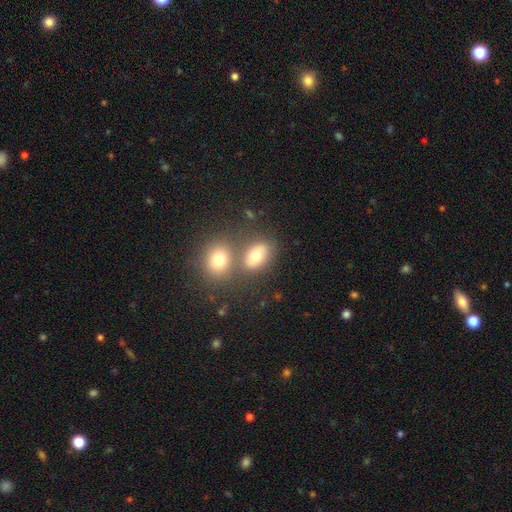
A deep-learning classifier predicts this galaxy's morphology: smooth 73%, featured or disk 15%, star or artifact 11%. Down the decision tree: how rounded — in between (74%); merging — none (57%).